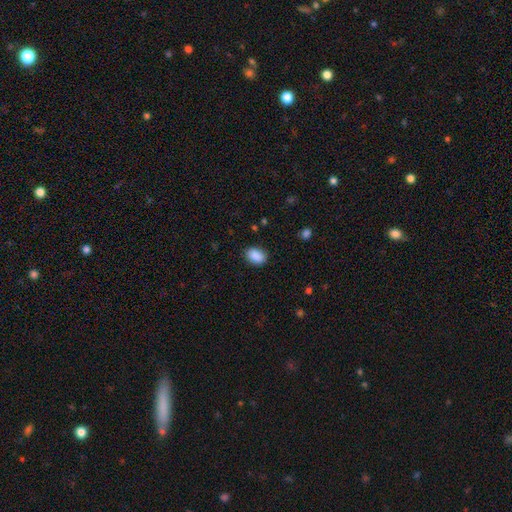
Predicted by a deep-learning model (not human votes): Q: Smooth or featured?
A: smooth (90%); runner-up: star or artifact (8%)
Q: How rounded?
A: in between (81%); runner-up: round (18%)
Q: Merging?
A: none (86%); runner-up: minor disturbance (10%)